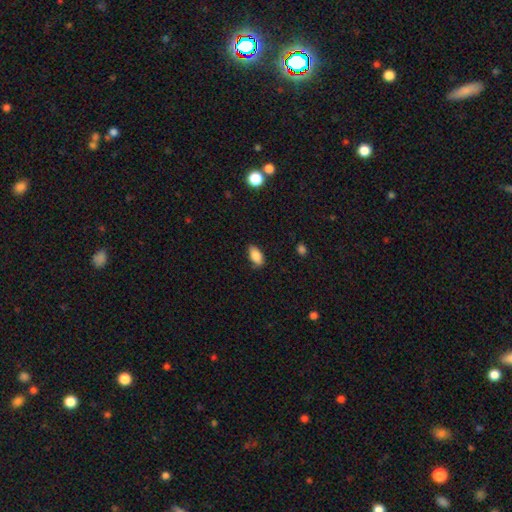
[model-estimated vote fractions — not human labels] The model was most divided on "merging": none: 80%, minor disturbance: 16%, major disturbance: 3%, merger: 1%. More confident: how rounded — in between (91%); smooth or featured — smooth (86%).